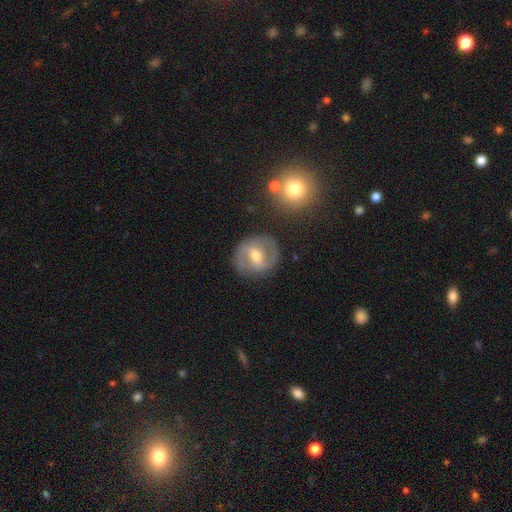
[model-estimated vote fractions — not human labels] This appears to be a featured or disk galaxy (75%) with a weak bar (47%), 2 (86%) medium (50%) spiral arms (82%) and a moderate central bulge (69%). Merging: none (82%).